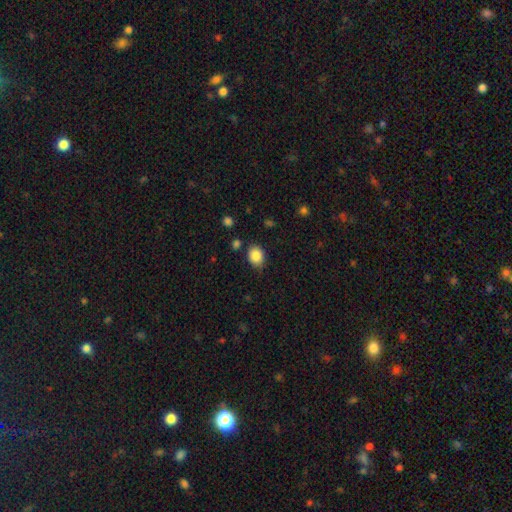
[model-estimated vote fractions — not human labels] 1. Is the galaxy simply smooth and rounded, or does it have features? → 86% smooth, 9% star or artifact, 5% featured or disk.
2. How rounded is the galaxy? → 51% in between, 49% round, 1% cigar-shaped.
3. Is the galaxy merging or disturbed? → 77% none, 16% minor disturbance, 3% major disturbance, 3% merger.